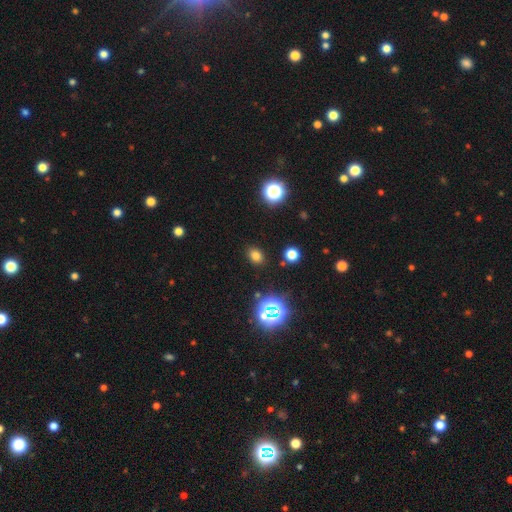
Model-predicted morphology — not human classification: Smooth or featured: smooth — 72% (star or artifact — 21%)
How rounded: in between — 56% (round — 43%)
Merging: none — 87% (minor disturbance — 8%)